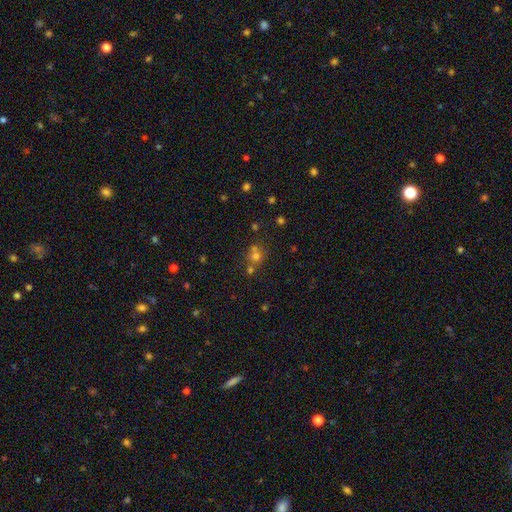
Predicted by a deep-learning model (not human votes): The model was most divided on "merging": none: 56%, merger: 33%, minor disturbance: 8%, major disturbance: 4%. More confident: how rounded — round (84%); smooth or featured — smooth (57%).